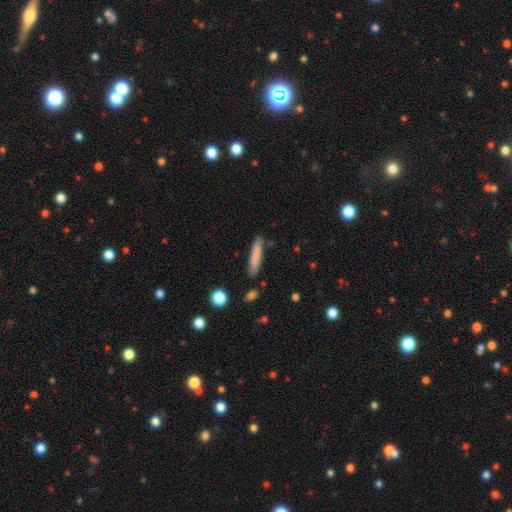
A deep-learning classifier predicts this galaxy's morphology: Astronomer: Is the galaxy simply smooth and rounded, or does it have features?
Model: smooth — 78%.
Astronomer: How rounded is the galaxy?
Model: cigar-shaped — 89%.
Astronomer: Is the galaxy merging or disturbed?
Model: none — 81%.